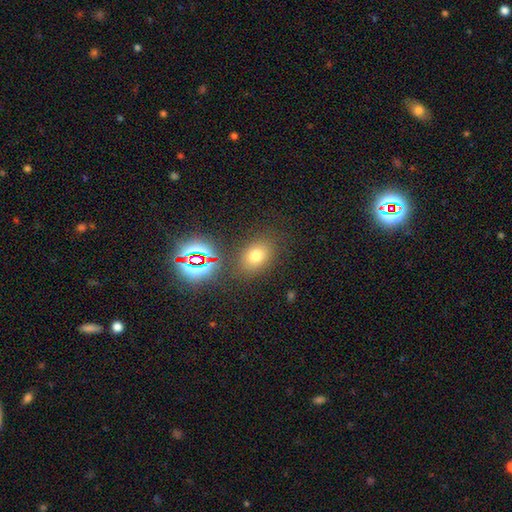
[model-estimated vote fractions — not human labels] A smooth galaxy with no disk features (69%) that is in between round and cigar-shaped (59%). Merging: none (80%).